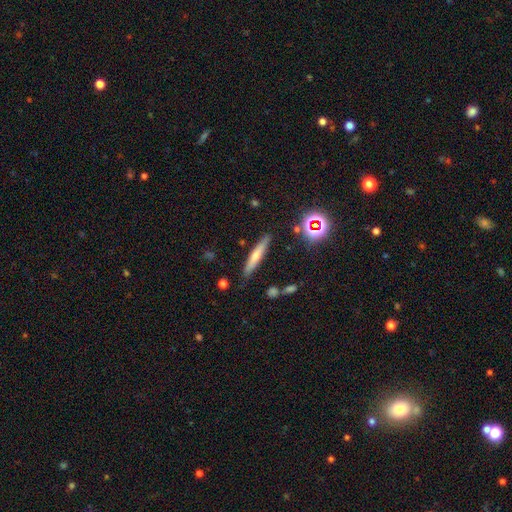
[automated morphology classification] Q: Smooth or featured?
A: smooth (57%); runner-up: featured or disk (35%)
Q: How rounded?
A: cigar-shaped (91%); runner-up: in between (8%)
Q: Merging?
A: none (85%); runner-up: minor disturbance (11%)